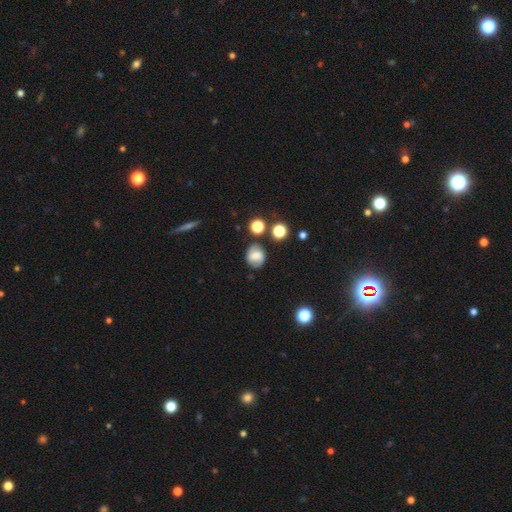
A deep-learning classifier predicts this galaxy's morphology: Smooth or featured: smooth — 51% (featured or disk — 38%)
How rounded: round — 62% (in between — 36%)
Merging: none — 73% (minor disturbance — 16%)